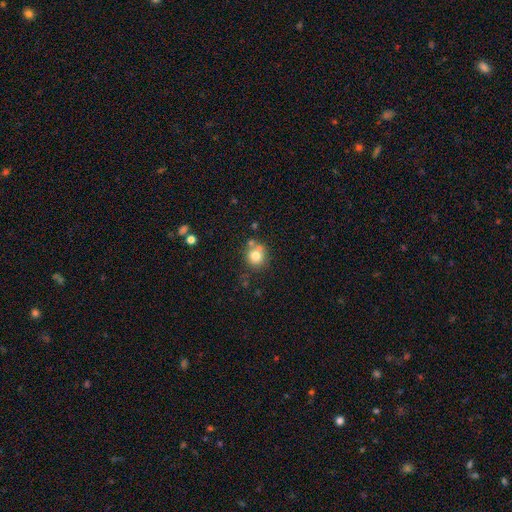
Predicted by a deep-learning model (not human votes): smooth 75%, featured or disk 13%, star or artifact 12%. Down the decision tree: how rounded — round (85%); merging — none (62%).